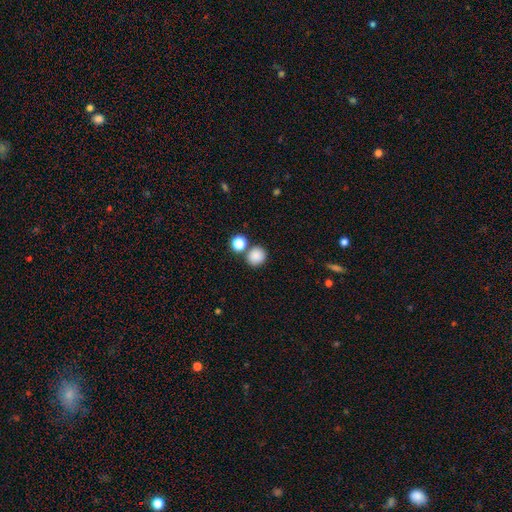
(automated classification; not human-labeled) smooth 86%, star or artifact 10%, featured or disk 4%. Down the decision tree: how rounded — round (85%); merging — none (71%).